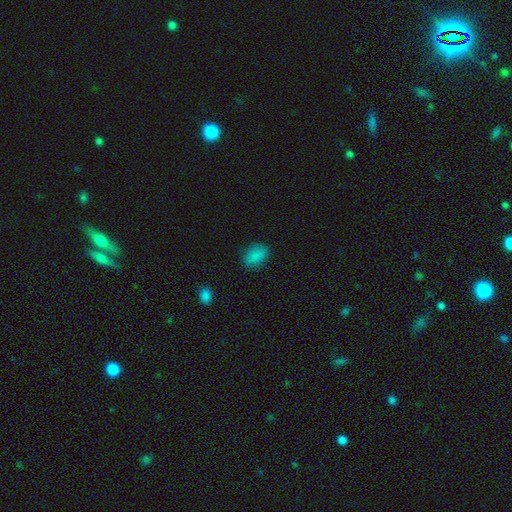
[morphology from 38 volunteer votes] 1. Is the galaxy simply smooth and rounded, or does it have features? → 89% smooth, 8% featured or disk, 3% star or artifact.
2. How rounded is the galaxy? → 94% in between, 6% round, 0% cigar-shaped.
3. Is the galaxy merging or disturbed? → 76% none, 16% minor disturbance, 5% merger, 3% major disturbance.